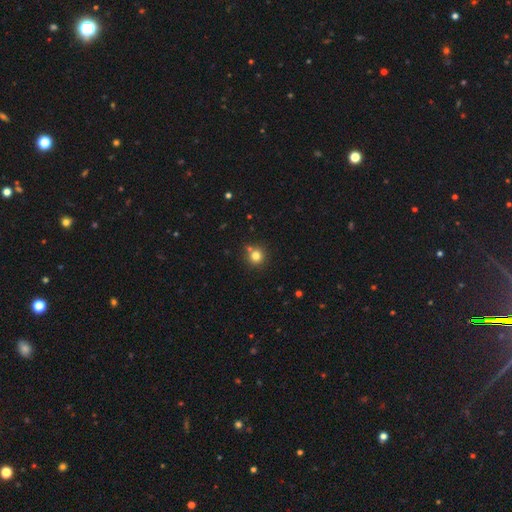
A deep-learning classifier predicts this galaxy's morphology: Smooth or featured?
  - smooth: 79% *
  - star or artifact: 14%
  - featured or disk: 7%
How rounded?
  - round: 92% *
  - in between: 7%
  - cigar-shaped: 1%
Merging?
  - none: 77% *
  - merger: 12%
  - minor disturbance: 9%
  - major disturbance: 3%